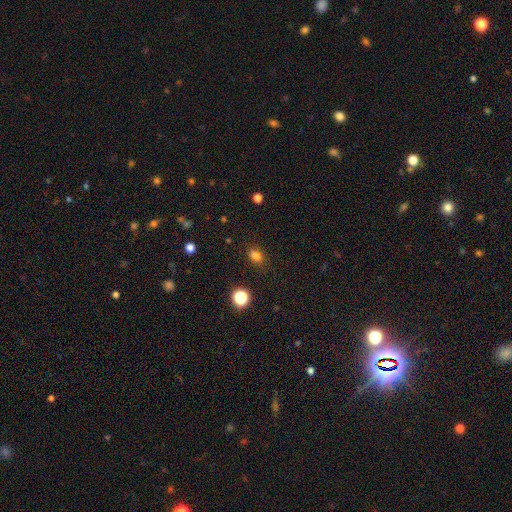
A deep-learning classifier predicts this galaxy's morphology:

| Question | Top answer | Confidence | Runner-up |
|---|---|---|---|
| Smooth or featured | smooth | 78% | star or artifact (17%) |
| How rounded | in between | 71% | round (27%) |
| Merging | none | 77% | minor disturbance (14%) |